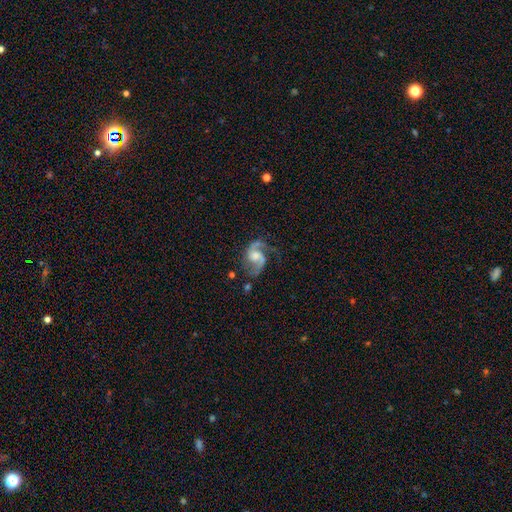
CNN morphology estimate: Smooth or featured?
  - featured or disk: 90% *
  - smooth: 5%
  - star or artifact: 5%
Edge-on disk?
  - no: 98% *
  - yes: 2%
Bar?
  - no: 54% *
  - weak: 38%
  - strong: 8%
Spiral arms?
  - yes: 97% *
  - no: 3%
Spiral winding?
  - medium: 54% *
  - loose: 35%
  - tight: 11%
Spiral arm count?
  - 2: 91% *
  - 1: 3%
  - can't tell: 2%
  - 3: 2%
  - 4: 1%
  - more than 4: 1%
Bulge size?
  - moderate: 42% *
  - small: 24%
  - none: 17%
  - large: 16%
  - dominant: 2%
Merging?
  - none: 66% *
  - minor disturbance: 19%
  - major disturbance: 13%
  - merger: 3%